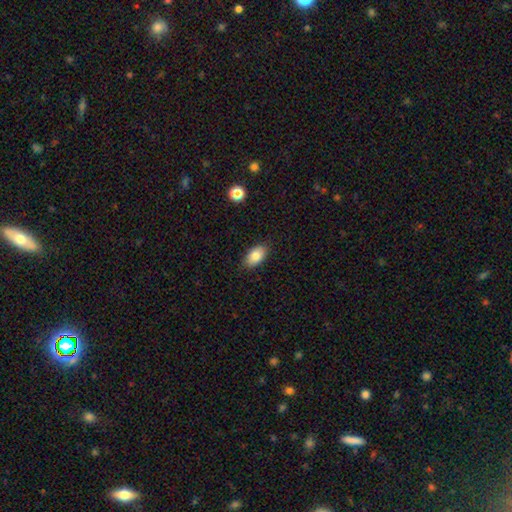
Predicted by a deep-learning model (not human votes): This appears to be a smooth galaxy with no disk features (82%) that is in between round and cigar-shaped (92%). Merging: none (86%).